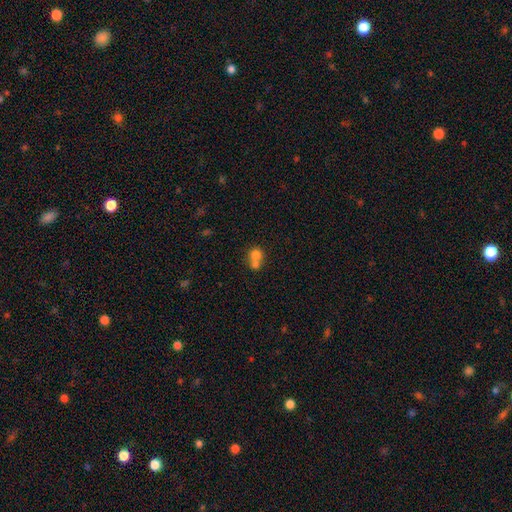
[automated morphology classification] This appears to be a smooth galaxy with no disk features (74%) that is round (80%). Merging: merger (61%).